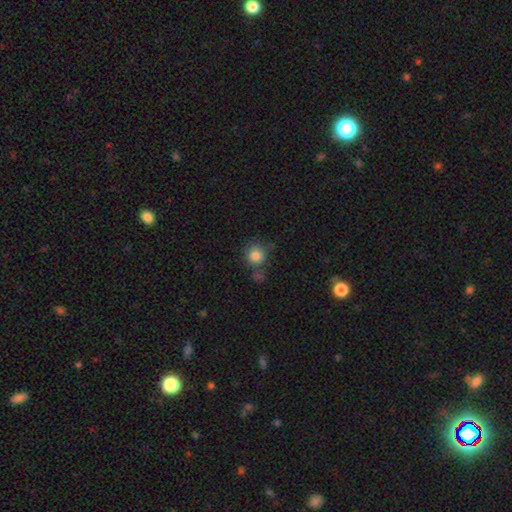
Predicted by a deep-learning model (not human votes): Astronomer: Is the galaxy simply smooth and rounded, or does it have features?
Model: smooth — 82%.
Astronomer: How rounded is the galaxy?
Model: round — 90%.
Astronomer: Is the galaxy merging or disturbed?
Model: none — 67%.